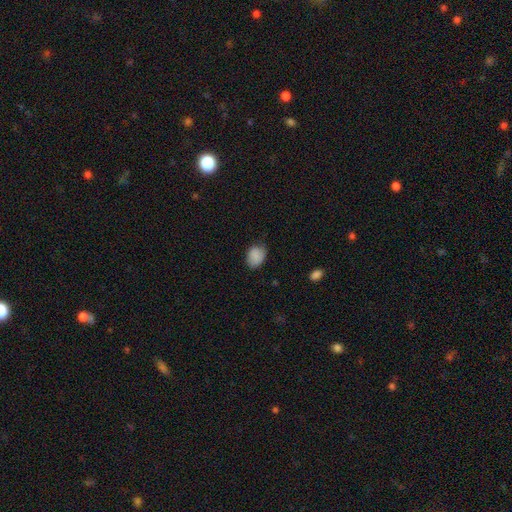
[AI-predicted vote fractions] Smooth or featured? smooth (87%)
How rounded? in between (63%)
Merging? none (69%)